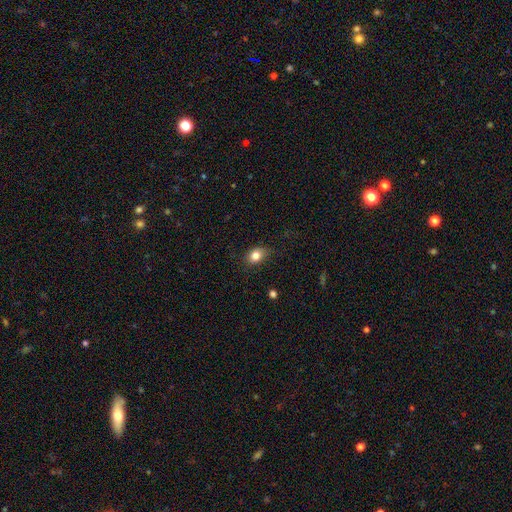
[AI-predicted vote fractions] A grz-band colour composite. It shows a smooth galaxy with no disk features (81%) that is in between round and cigar-shaped (58%). Merging: none (74%).